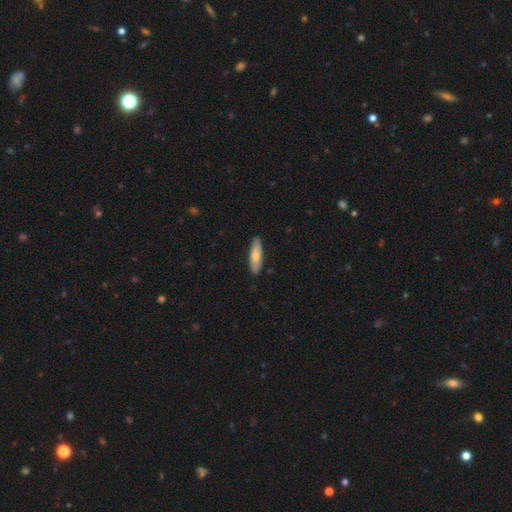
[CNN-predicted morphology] Q: Smooth or featured?
A: smooth (74%); runner-up: featured or disk (21%)
Q: How rounded?
A: cigar-shaped (60%); runner-up: in between (38%)
Q: Merging?
A: none (88%); runner-up: minor disturbance (9%)